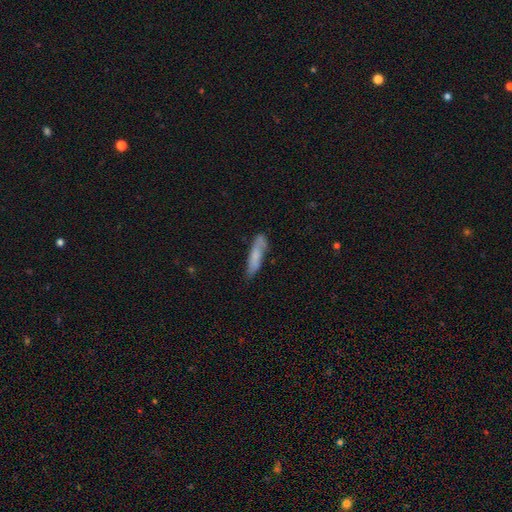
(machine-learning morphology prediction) Smooth or featured: smooth — 69% (featured or disk — 24%)
How rounded: cigar-shaped — 77% (in between — 21%)
Merging: none — 70% (minor disturbance — 22%)